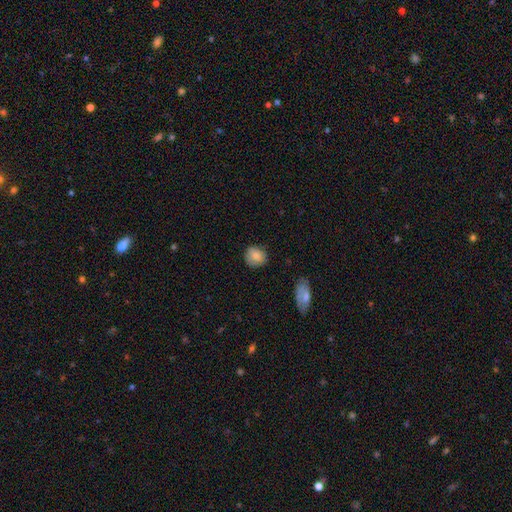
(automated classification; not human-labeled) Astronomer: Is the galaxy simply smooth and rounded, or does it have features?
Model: smooth — 81%.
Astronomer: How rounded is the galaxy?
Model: round — 77%.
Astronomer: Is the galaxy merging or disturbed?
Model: none — 75%.